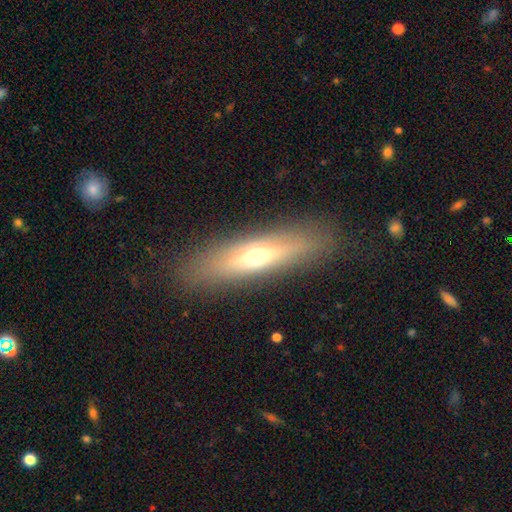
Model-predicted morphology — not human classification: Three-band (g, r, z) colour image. It shows a smooth galaxy with no disk features (51%) that is cigar-shaped (58%). Merging: none (85%).